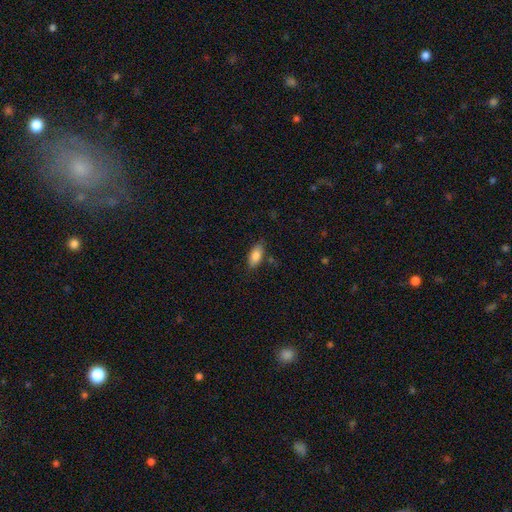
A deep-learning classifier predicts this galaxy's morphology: Smooth or featured? smooth (84%)
How rounded? in between (88%)
Merging? none (81%)